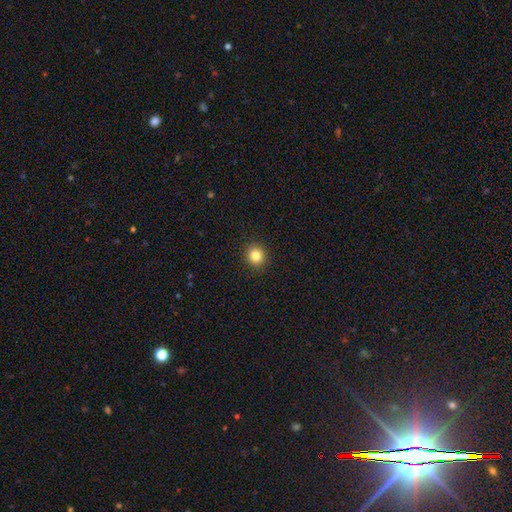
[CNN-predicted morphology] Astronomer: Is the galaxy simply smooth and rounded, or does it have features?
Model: smooth — 83%.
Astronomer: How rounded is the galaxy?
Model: round — 83%.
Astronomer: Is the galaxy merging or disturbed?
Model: none — 92%.